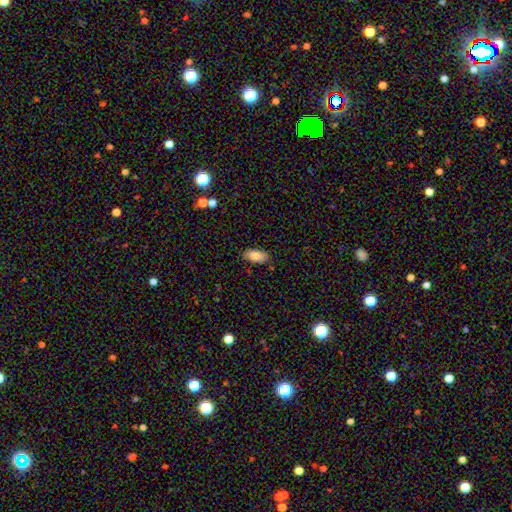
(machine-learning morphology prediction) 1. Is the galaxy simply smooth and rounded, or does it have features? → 86% smooth, 7% star or artifact, 7% featured or disk.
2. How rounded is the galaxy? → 93% in between, 5% cigar-shaped, 2% round.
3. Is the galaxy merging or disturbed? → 85% none, 12% minor disturbance, 2% major disturbance, 1% merger.